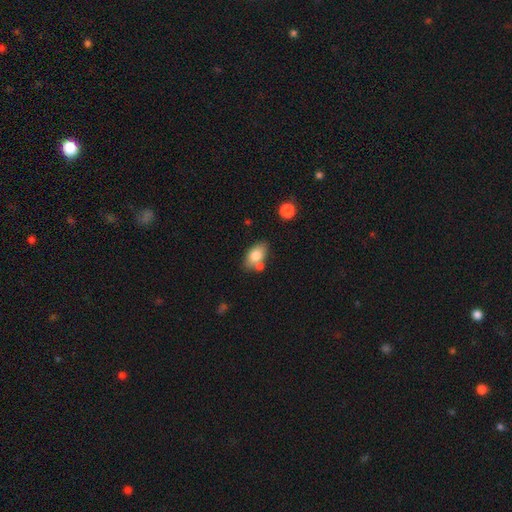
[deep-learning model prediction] Overall: smooth (78%). How rounded: in between (89%). Merging: none (62%).